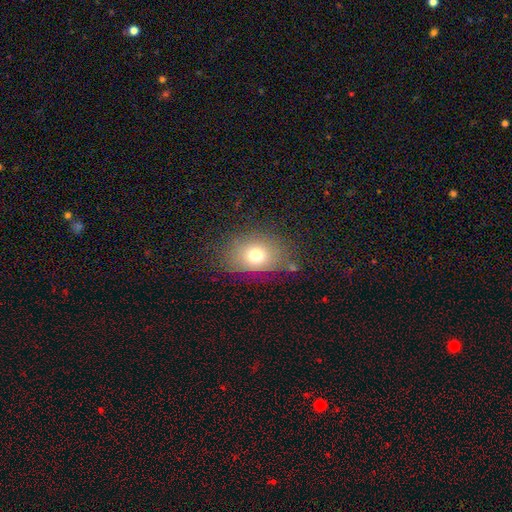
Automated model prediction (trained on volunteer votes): smooth 71%, featured or disk 16%, star or artifact 13%. Down the decision tree: how rounded — in between (62%); merging — none (72%).